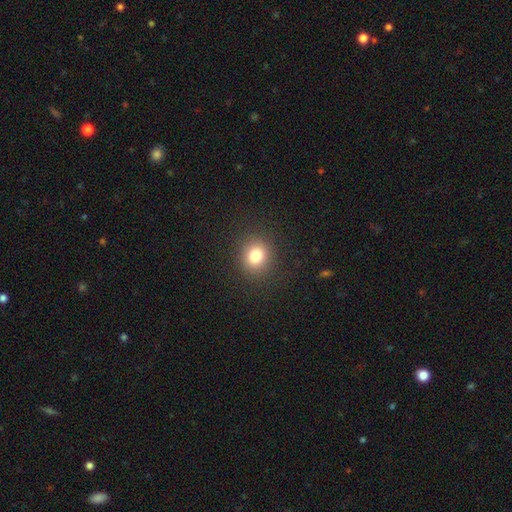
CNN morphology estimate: Smooth or featured: smooth — 81% (star or artifact — 12%)
How rounded: round — 78% (in between — 21%)
Merging: none — 89% (minor disturbance — 7%)